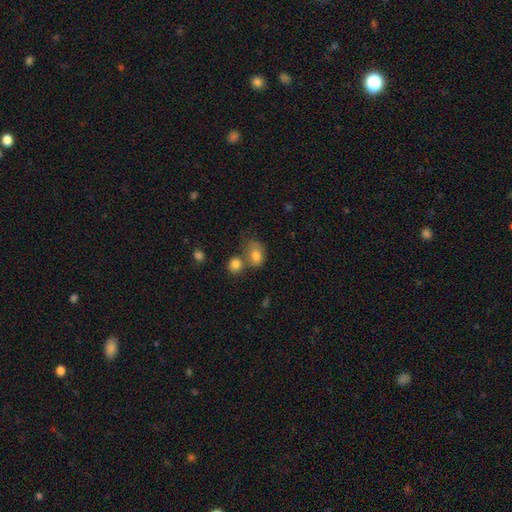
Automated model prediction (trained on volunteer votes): A smooth galaxy with no disk features (75%) that is in between round and cigar-shaped (58%). Merging: none (42%).